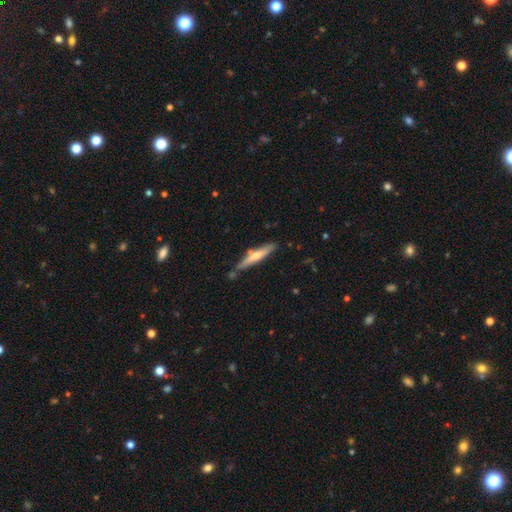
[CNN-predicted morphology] type=smooth (53%); roundness=cigar-shaped (90%); merging=none (75%).